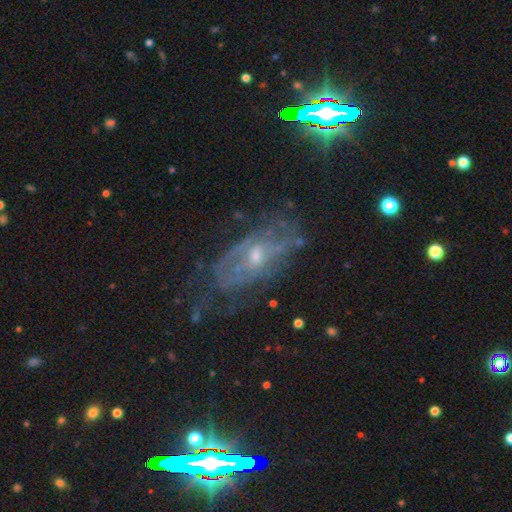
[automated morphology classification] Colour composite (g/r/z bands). It shows a featured or disk galaxy (66%) with no bar (59%), spiral arms (74%) and a small central bulge (60%). Merging: none (66%).